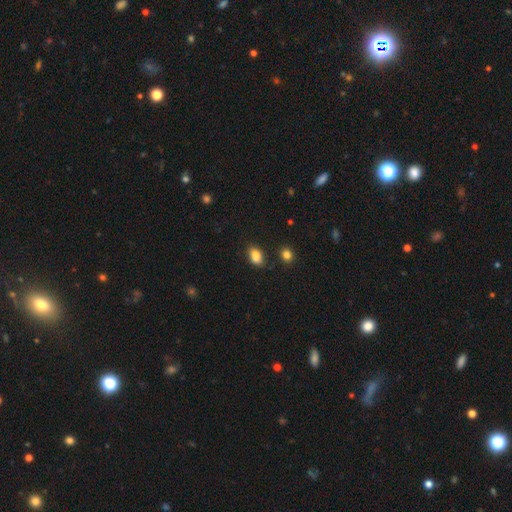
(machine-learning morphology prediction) Q: Smooth or featured?
A: smooth (86%); runner-up: star or artifact (9%)
Q: How rounded?
A: in between (85%); runner-up: round (13%)
Q: Merging?
A: none (79%); runner-up: minor disturbance (14%)